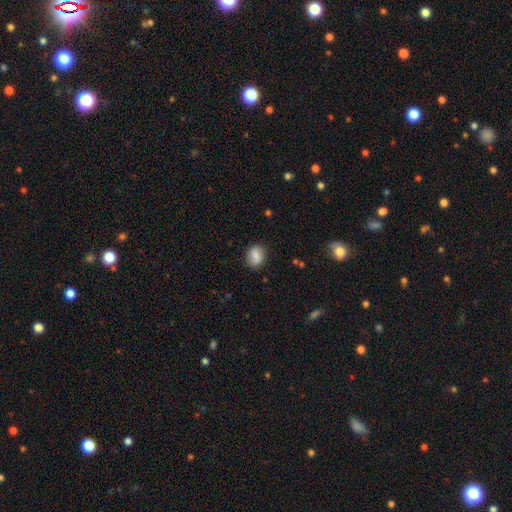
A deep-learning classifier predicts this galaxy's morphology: Smooth or featured?
  - smooth: 82% *
  - featured or disk: 10%
  - star or artifact: 8%
How rounded?
  - in between: 60% *
  - round: 38%
  - cigar-shaped: 2%
Merging?
  - none: 81% *
  - minor disturbance: 14%
  - major disturbance: 3%
  - merger: 2%